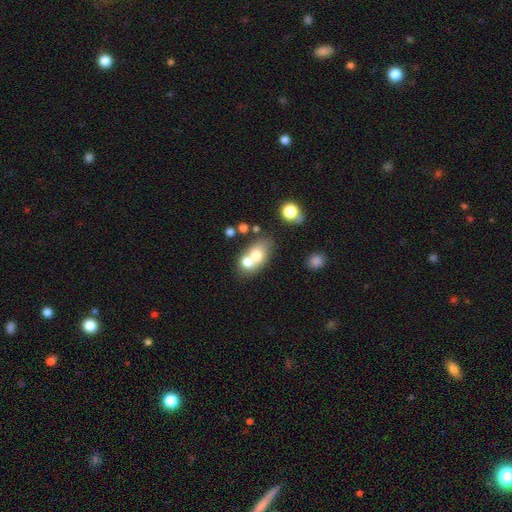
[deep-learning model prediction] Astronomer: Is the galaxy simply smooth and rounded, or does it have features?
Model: smooth — 68%.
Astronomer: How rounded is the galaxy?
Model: in between — 61% (runner-up: round, 37%).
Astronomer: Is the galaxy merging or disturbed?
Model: merger — 55% (runner-up: none, 33%).